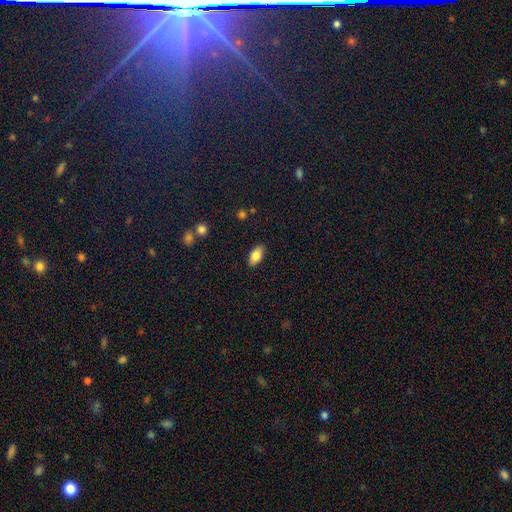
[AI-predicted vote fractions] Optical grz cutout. It shows a smooth galaxy with no disk features (83%) that is in between round and cigar-shaped (91%). Merging: none (87%).